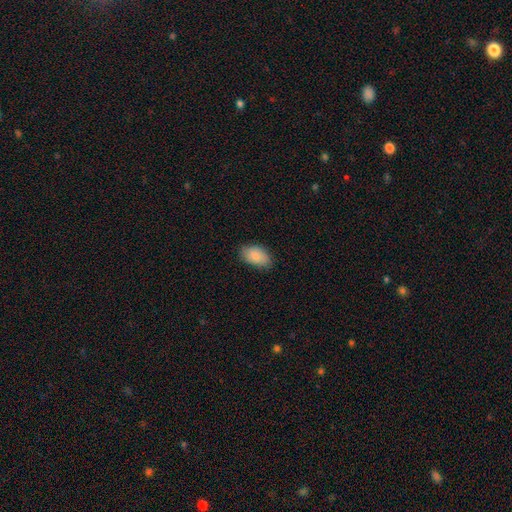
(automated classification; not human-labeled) The model was most divided on "merging": none: 82%, minor disturbance: 14%, major disturbance: 3%, merger: 1%. More confident: how rounded — in between (93%); smooth or featured — smooth (88%).